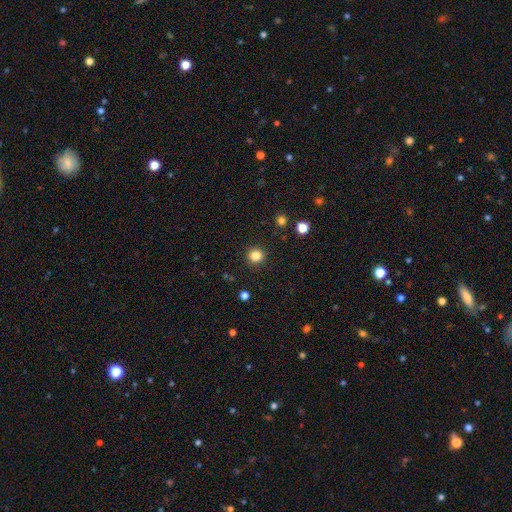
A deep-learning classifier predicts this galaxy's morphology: smooth_or_featured: smooth (p=0.83) [alt: star or artifact p=0.13]
how_rounded: round (p=0.94) [alt: in between p=0.05]
merging: none (p=0.92) [alt: minor disturbance p=0.05]